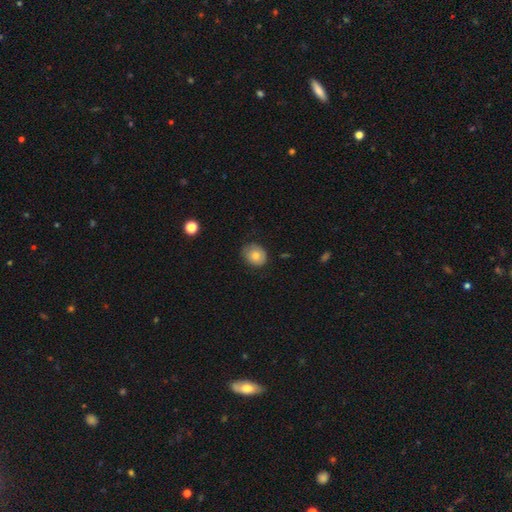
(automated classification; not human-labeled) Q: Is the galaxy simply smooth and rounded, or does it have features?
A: smooth — 76%.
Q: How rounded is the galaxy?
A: round — 62%.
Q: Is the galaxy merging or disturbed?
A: none — 74%.